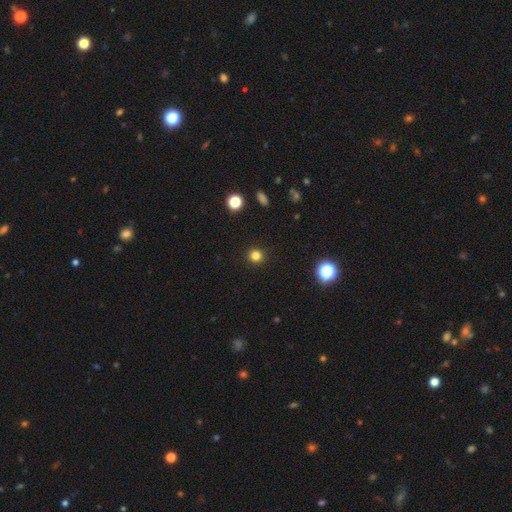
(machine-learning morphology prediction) Smooth or featured?
  - smooth: 80% *
  - star or artifact: 15%
  - featured or disk: 4%
How rounded?
  - round: 94% *
  - in between: 5%
  - cigar-shaped: 1%
Merging?
  - none: 93% *
  - minor disturbance: 5%
  - major disturbance: 2%
  - merger: 1%